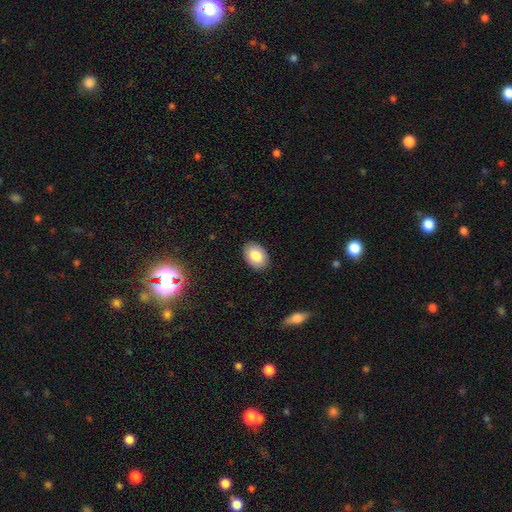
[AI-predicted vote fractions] The model was most divided on "how rounded": in between: 84%, round: 15%, cigar-shaped: 1%. More confident: merging — none (89%); smooth or featured — smooth (85%).